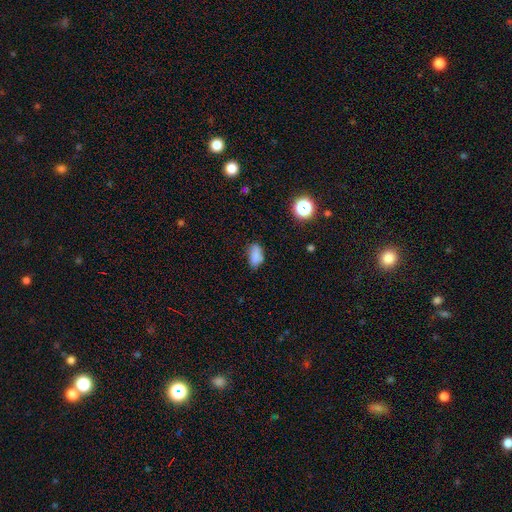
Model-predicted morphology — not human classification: Overall: smooth (82%). How rounded: in between (90%). Merging: none (70%).